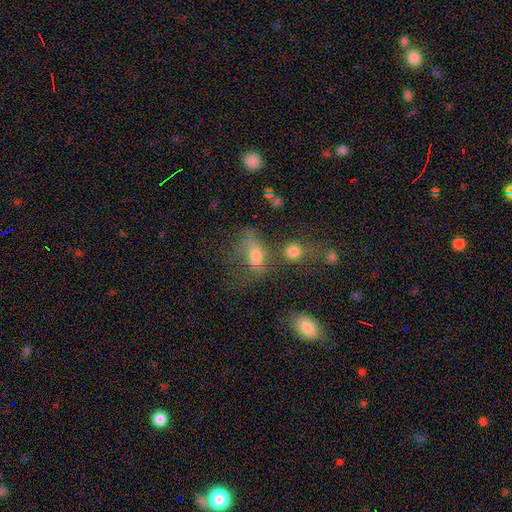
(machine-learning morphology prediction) smooth-or-featured: smooth: 58% | featured or disk: 26% | star or artifact: 16%
  how-rounded: in between: 74% | round: 23% | cigar-shaped: 3%
  merging: none: 32% | major disturbance: 30% | minor disturbance: 20% | merger: 18%